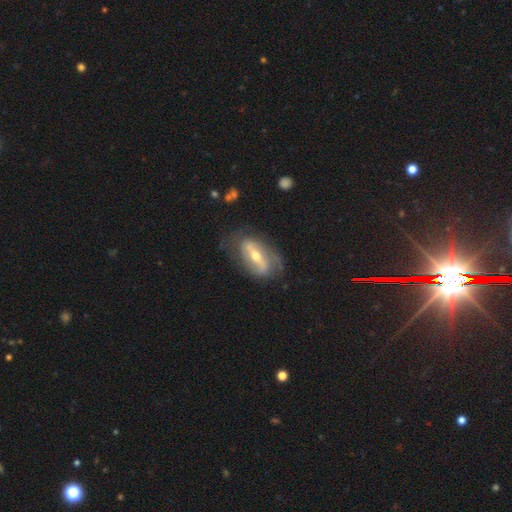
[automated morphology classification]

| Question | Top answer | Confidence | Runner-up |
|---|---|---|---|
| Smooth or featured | featured or disk | 78% | smooth (16%) |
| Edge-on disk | no | 89% | yes (11%) |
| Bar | strong | 61% | weak (24%) |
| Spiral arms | yes | 77% | no (23%) |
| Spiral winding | medium | 36% | loose (33%) |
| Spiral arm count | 2 | 76% | can't tell (14%) |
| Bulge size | moderate | 61% | small (34%) |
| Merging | none | 67% | minor disturbance (21%) |